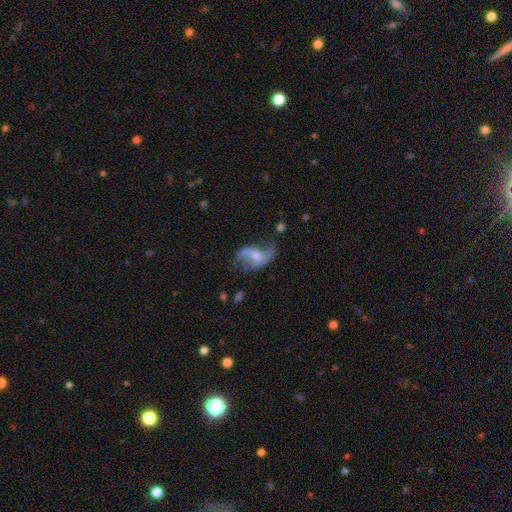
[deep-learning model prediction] This appears to be a featured or disk galaxy (68%) with no bar (52%), 2 (81%) loose (73%) spiral arms (79%) and a moderate central bulge (44%). Merging: none (40%).